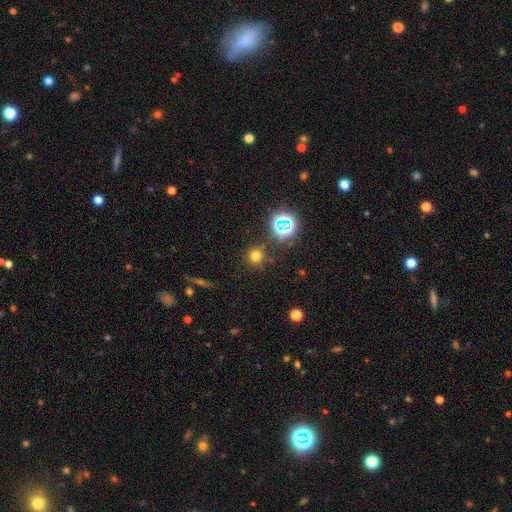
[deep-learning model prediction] A smooth galaxy with no disk features (66%) that is round (90%).

Vote fractions:
- Smooth or featured? smooth: 66% / star or artifact: 26% / featured or disk: 8%
- How rounded? round: 90% / in between: 9% / cigar-shaped: 1%
- Merging? none: 81% / minor disturbance: 10% / merger: 5% / major disturbance: 4%